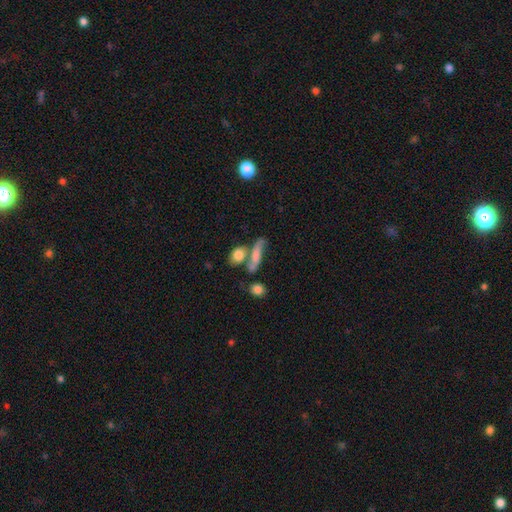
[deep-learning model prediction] Smooth or featured? smooth (63%)
How rounded? cigar-shaped (49%)
Merging? none (40%)